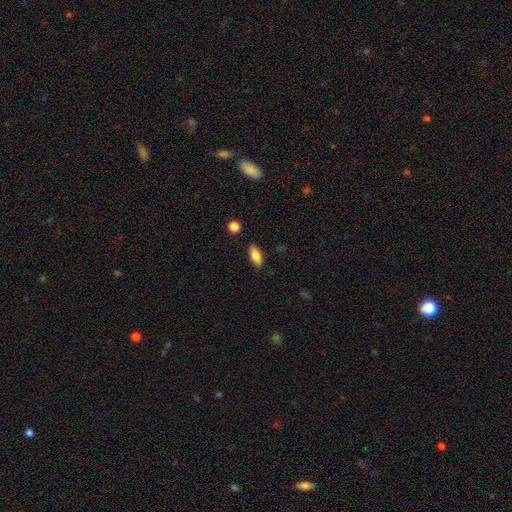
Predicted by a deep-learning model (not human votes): The model was most divided on "merging": none: 83%, minor disturbance: 12%, major disturbance: 3%, merger: 2%. More confident: how rounded — in between (84%); smooth or featured — smooth (84%).